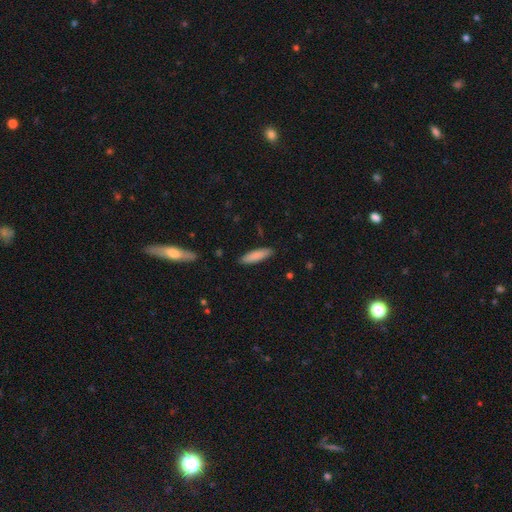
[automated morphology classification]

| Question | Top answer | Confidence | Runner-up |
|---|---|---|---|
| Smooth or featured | smooth | 86% | featured or disk (8%) |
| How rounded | cigar-shaped | 66% | in between (33%) |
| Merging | none | 89% | minor disturbance (9%) |